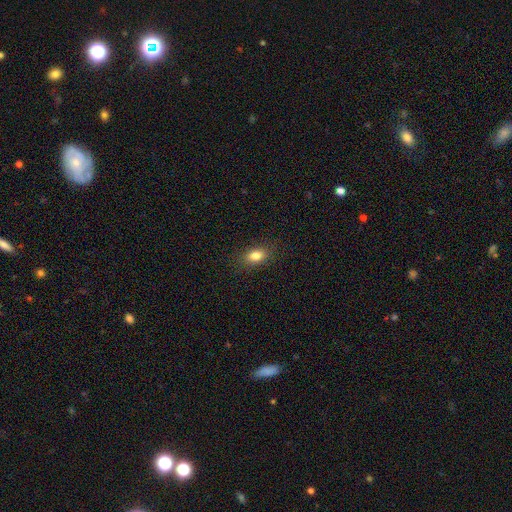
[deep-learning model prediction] The model was most divided on "how rounded": in between: 83%, round: 14%, cigar-shaped: 4%. More confident: merging — none (87%); smooth or featured — smooth (83%).